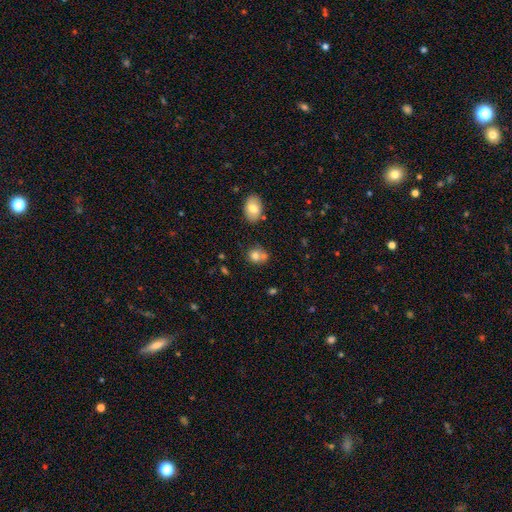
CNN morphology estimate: The model was most divided on "merging": none: 47%, merger: 29%, minor disturbance: 17%, major disturbance: 6%. More confident: smooth or featured — smooth (76%); how rounded — round (63%).